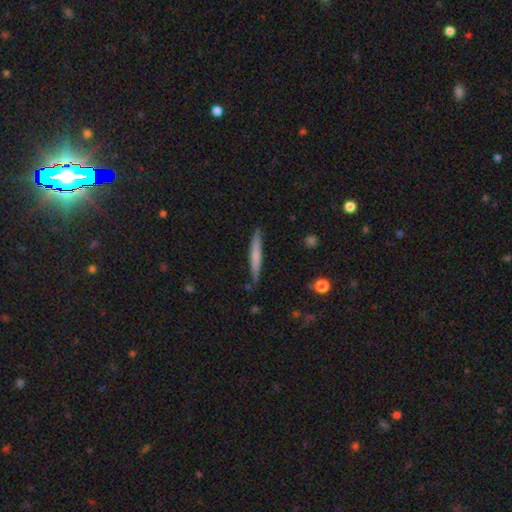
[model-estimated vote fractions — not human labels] smooth-or-featured: smooth: 61% | featured or disk: 33% | star or artifact: 6%
  how-rounded: cigar-shaped: 96% | in between: 3% | round: 1%
  merging: none: 88% | minor disturbance: 9% | merger: 2% | major disturbance: 2%